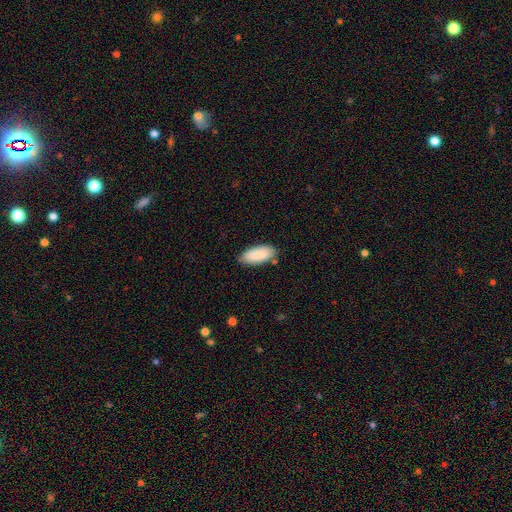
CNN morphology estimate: A smooth galaxy with no disk features (88%) that is in between round and cigar-shaped (87%). Merging: none (81%).